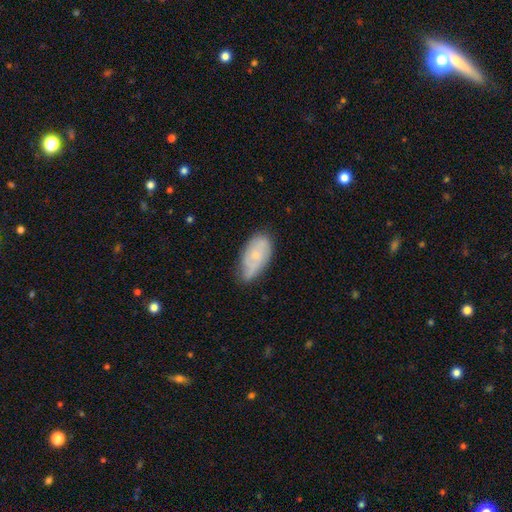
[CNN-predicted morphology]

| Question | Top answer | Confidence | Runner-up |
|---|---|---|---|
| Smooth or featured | smooth | 51% | featured or disk (42%) |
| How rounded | in between | 92% | cigar-shaped (4%) |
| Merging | none | 58% | minor disturbance (33%) |